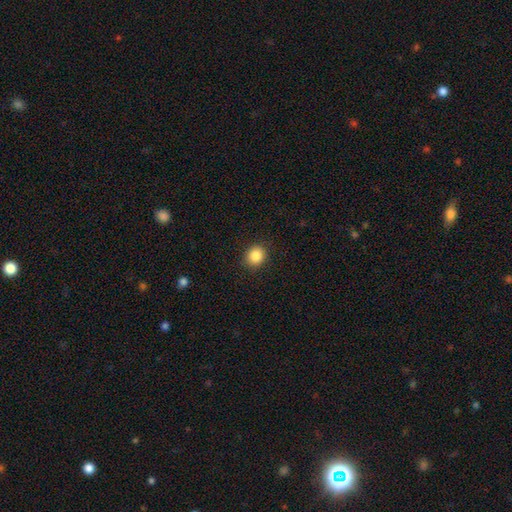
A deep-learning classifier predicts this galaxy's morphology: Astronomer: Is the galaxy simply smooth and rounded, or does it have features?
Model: smooth — 87%.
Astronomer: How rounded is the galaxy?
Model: round — 76%.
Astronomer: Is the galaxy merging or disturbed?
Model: none — 88%.